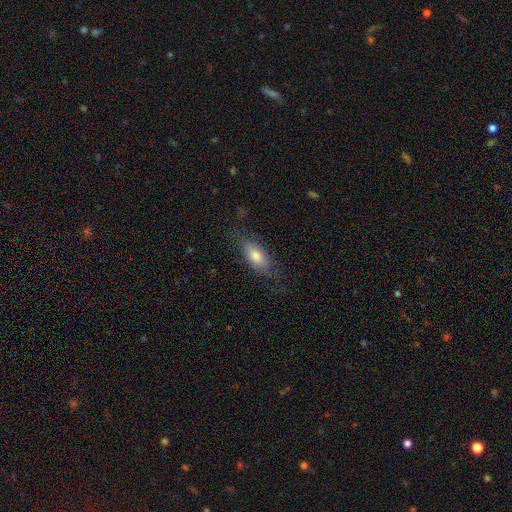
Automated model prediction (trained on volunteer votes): Q: Smooth or featured?
A: smooth (64%); runner-up: featured or disk (28%)
Q: How rounded?
A: in between (82%); runner-up: cigar-shaped (14%)
Q: Merging?
A: none (65%); runner-up: minor disturbance (22%)